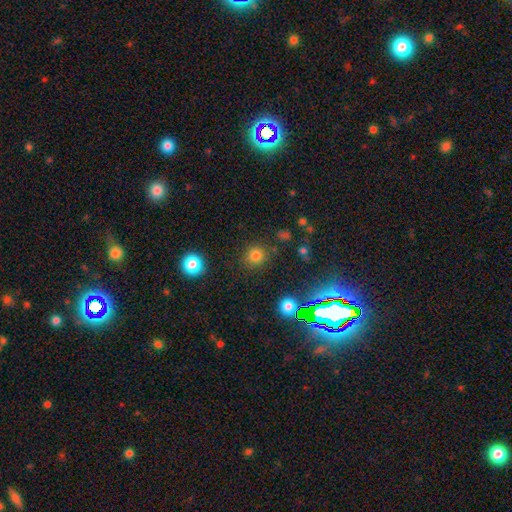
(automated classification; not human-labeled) This appears to be a smooth galaxy with no disk features (77%) that is round (90%). Merging: none (86%).